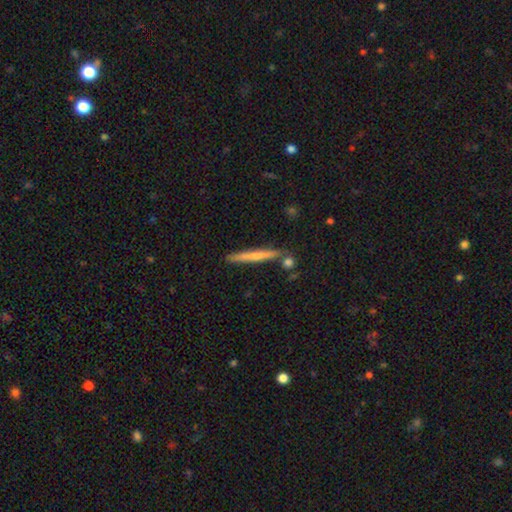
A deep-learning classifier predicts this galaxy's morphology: smooth-or-featured: smooth: 50% | featured or disk: 44% | star or artifact: 6%
  merging: none: 82% | minor disturbance: 10% | merger: 6% | major disturbance: 2%